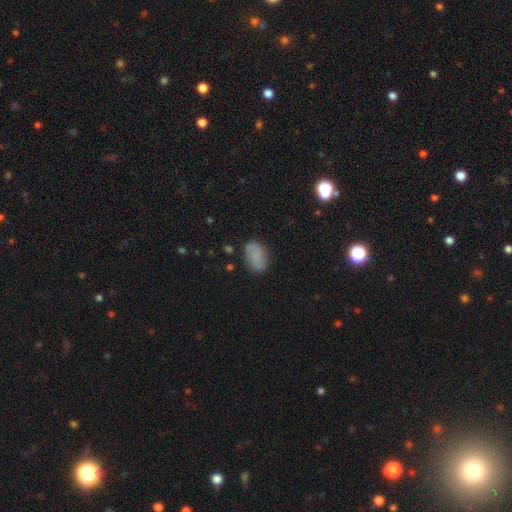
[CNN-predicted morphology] type=smooth (81%); roundness=in between (90%); merging=none (76%).